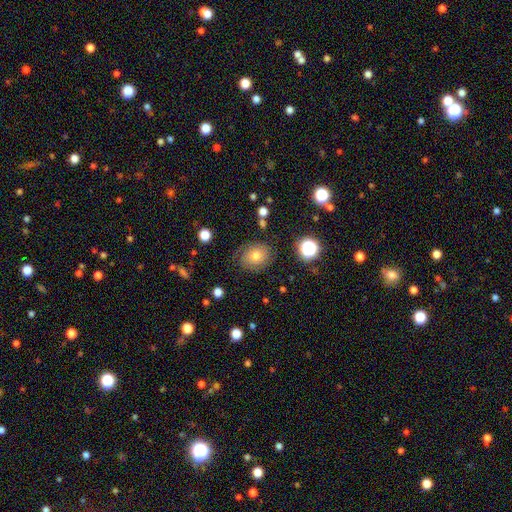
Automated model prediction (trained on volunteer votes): This is likely a smooth galaxy (61%). How rounded: likely round (62%). Merging: likely none (74%).